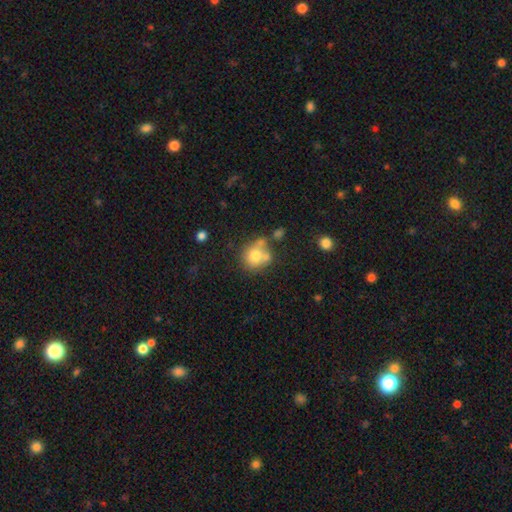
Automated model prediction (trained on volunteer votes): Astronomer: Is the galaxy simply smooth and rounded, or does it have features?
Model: smooth — 71%.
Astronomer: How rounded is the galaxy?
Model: round — 77%.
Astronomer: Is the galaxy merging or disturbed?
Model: none — 44% (runner-up: merger, 28%).